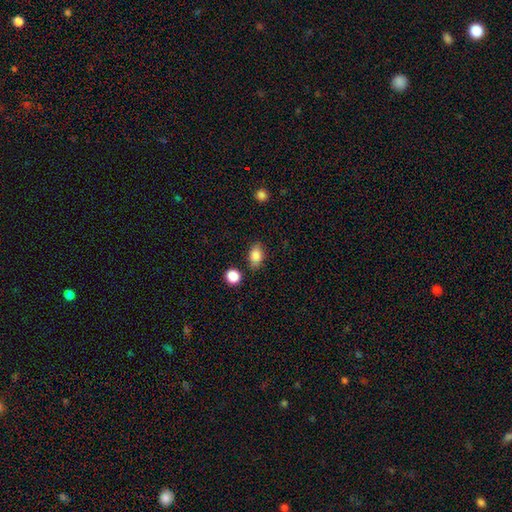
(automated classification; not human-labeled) A smooth galaxy with no disk features (85%) that is in between round and cigar-shaped (79%).

Vote fractions:
- Smooth or featured? smooth: 85% / star or artifact: 9% / featured or disk: 6%
- How rounded? in between: 79% / round: 19% / cigar-shaped: 2%
- Merging? none: 76% / minor disturbance: 15% / merger: 5% / major disturbance: 4%